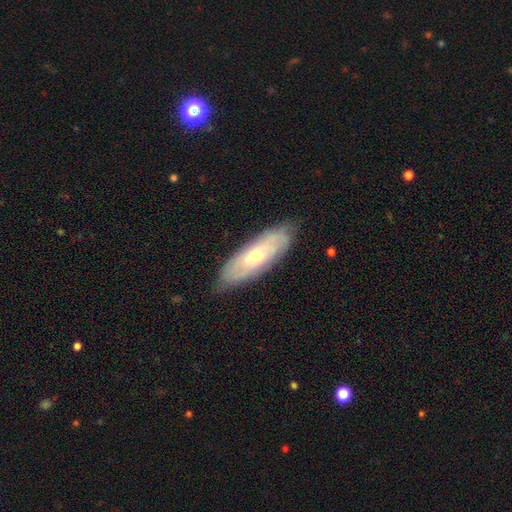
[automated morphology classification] Smooth or featured?
  - featured or disk: 48% *
  - smooth: 46%
  - star or artifact: 7%
Merging?
  - none: 79% *
  - minor disturbance: 16%
  - major disturbance: 3%
  - merger: 1%